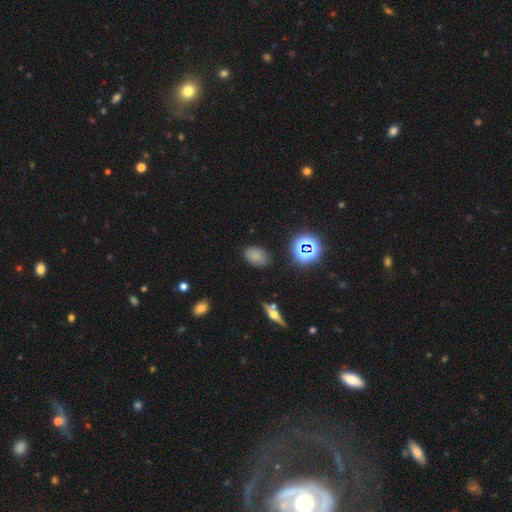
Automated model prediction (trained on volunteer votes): Q: Smooth or featured?
A: smooth (73%); runner-up: star or artifact (18%)
Q: How rounded?
A: in between (85%); runner-up: round (13%)
Q: Merging?
A: none (83%); runner-up: minor disturbance (11%)